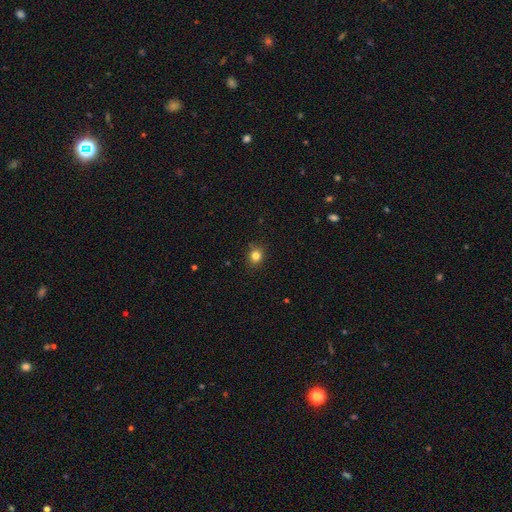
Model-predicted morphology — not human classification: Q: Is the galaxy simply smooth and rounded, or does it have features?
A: smooth — 82%.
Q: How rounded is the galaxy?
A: round — 78%.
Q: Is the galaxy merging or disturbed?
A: none — 88%.